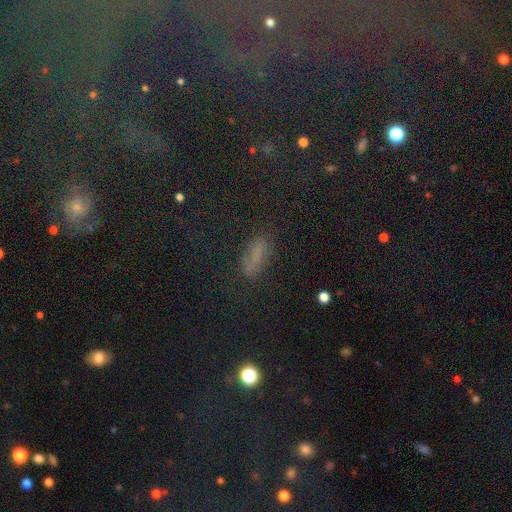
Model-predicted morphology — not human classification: Smooth or featured: smooth — 59% (star or artifact — 29%)
How rounded: in between — 65% (cigar-shaped — 27%)
Merging: none — 71% (minor disturbance — 17%)